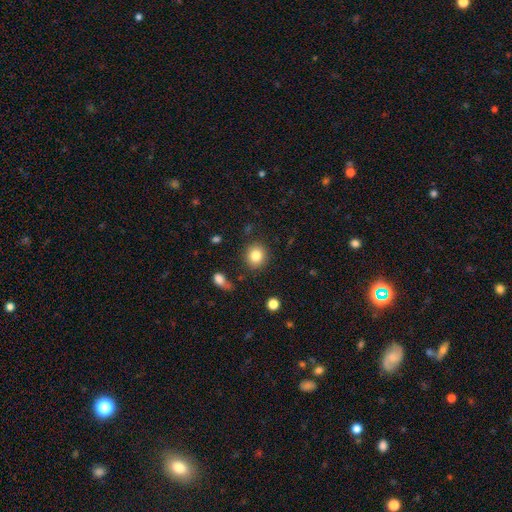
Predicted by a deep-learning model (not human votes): This is clearly a smooth galaxy (82%). How rounded: clearly round (86%). Merging: clearly none (86%).